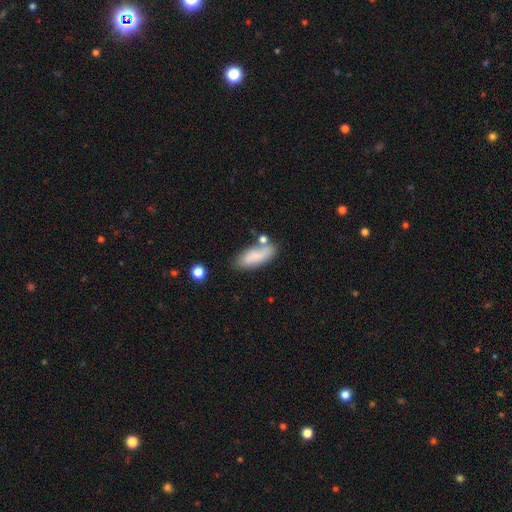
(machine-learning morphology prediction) This is likely a smooth galaxy (78%). How rounded: likely in between (80%). Merging: possibly none (56%).